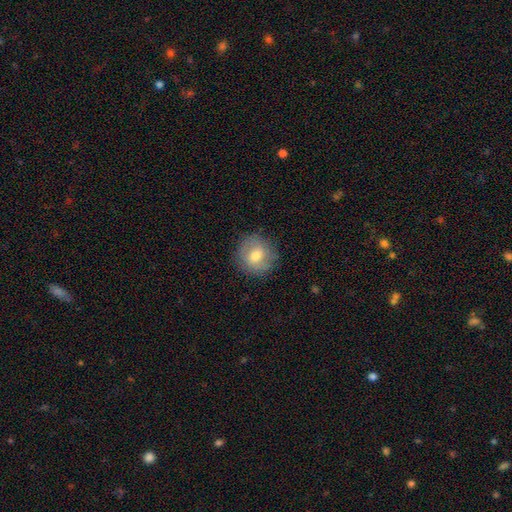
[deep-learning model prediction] smooth_or_featured: smooth (p=0.69) [alt: featured or disk p=0.22]
how_rounded: round (p=0.89) [alt: in between p=0.09]
merging: none (p=0.85) [alt: minor disturbance p=0.11]